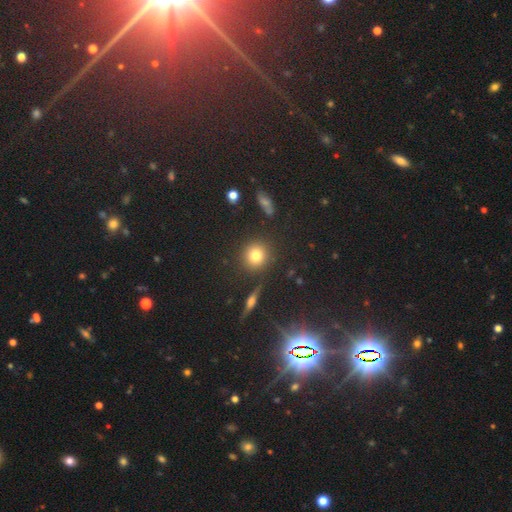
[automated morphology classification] Q: Smooth or featured?
A: smooth (78%); runner-up: star or artifact (13%)
Q: How rounded?
A: round (88%); runner-up: in between (10%)
Q: Merging?
A: none (87%); runner-up: minor disturbance (7%)